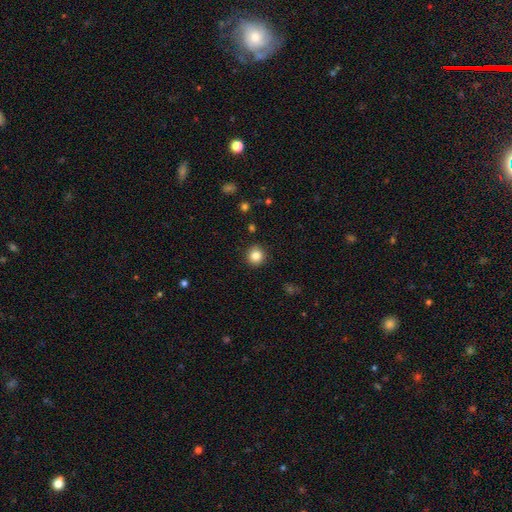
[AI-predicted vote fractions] smooth-or-featured: smooth: 84% | star or artifact: 11% | featured or disk: 5%
  how-rounded: round: 92% | in between: 7% | cigar-shaped: 1%
  merging: none: 91% | minor disturbance: 6% | major disturbance: 2% | merger: 1%